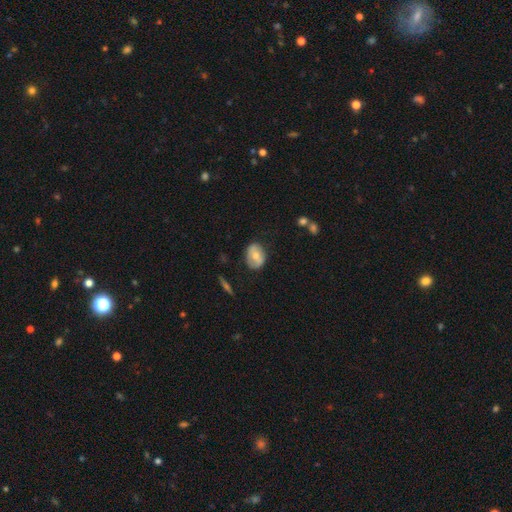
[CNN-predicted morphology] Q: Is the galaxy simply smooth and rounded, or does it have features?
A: smooth — 59%.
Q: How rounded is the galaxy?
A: in between — 65%.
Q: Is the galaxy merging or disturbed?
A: none — 77%.